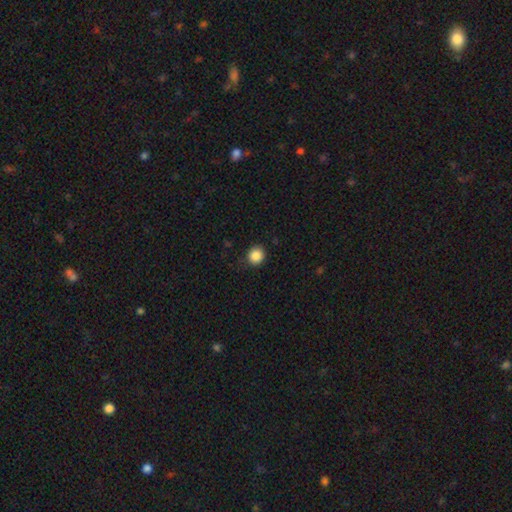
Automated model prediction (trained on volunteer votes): Morphology: type=smooth (87%); roundness=round (87%); merging=none (86%).